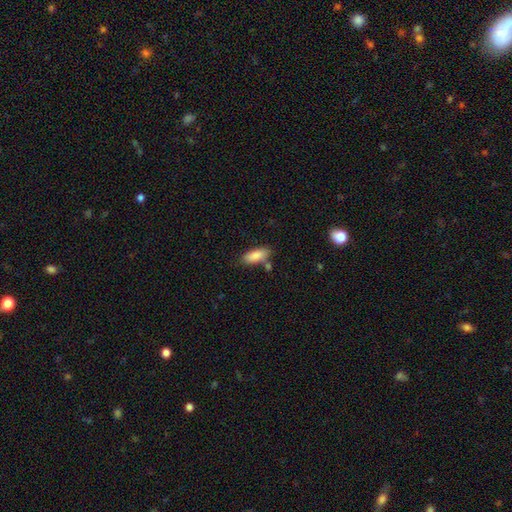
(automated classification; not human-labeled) Overall: smooth (86%). How rounded: in between (76%). Merging: none (72%).